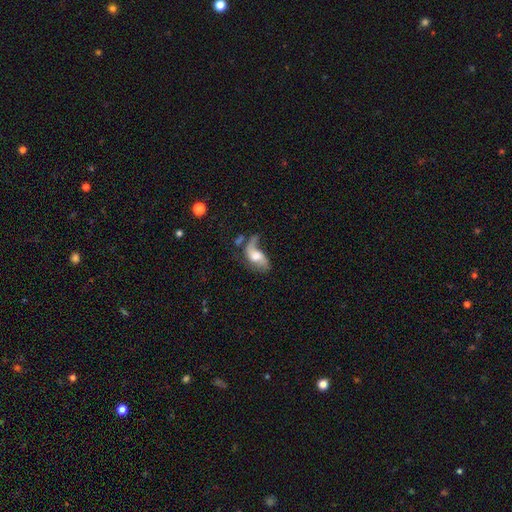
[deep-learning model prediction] smooth-or-featured: featured or disk: 62% | smooth: 29% | star or artifact: 8%
  disk-edge-on: no: 93% | yes: 7%
    bar: no: 58% | weak: 32% | strong: 9%
    has-spiral-arms: yes: 80% | no: 20%
    bulge-size: moderate: 52% | large: 23% | small: 16% | none: 6% | dominant: 3%
  merging: major disturbance: 36% | none: 29% | minor disturbance: 20% | merger: 15%